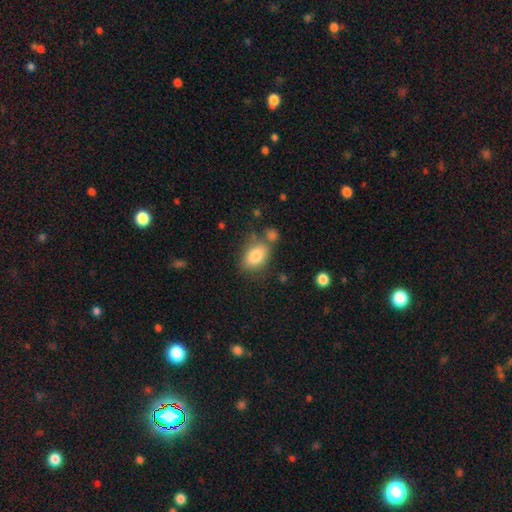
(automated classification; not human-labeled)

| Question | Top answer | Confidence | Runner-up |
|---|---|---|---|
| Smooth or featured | smooth | 82% | featured or disk (10%) |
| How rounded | in between | 84% | round (14%) |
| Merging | none | 64% | minor disturbance (17%) |